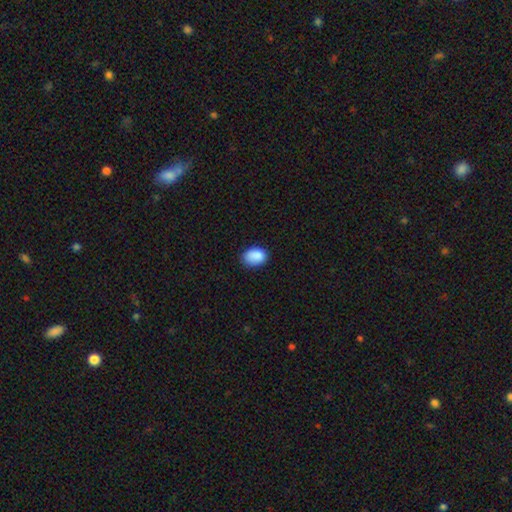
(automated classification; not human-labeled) Morphology: type=smooth (88%); roundness=in between (79%); merging=none (77%).